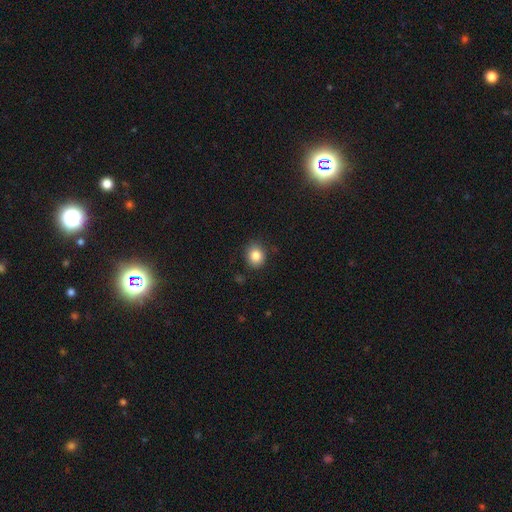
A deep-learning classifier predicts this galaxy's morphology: smooth-or-featured: smooth: 84% | star or artifact: 10% | featured or disk: 6%
  how-rounded: round: 70% | in between: 29% | cigar-shaped: 1%
  merging: none: 85% | minor disturbance: 11% | major disturbance: 2% | merger: 1%